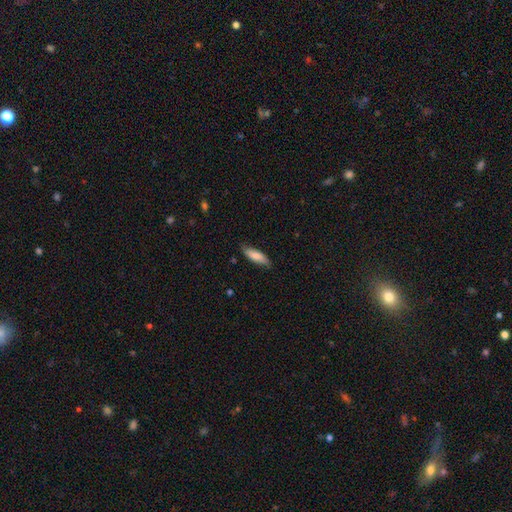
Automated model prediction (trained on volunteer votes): smooth-or-featured: smooth: 81% | featured or disk: 13% | star or artifact: 6%
  how-rounded: in between: 50% | cigar-shaped: 48% | round: 2%
  merging: none: 79% | minor disturbance: 17% | major disturbance: 3% | merger: 1%